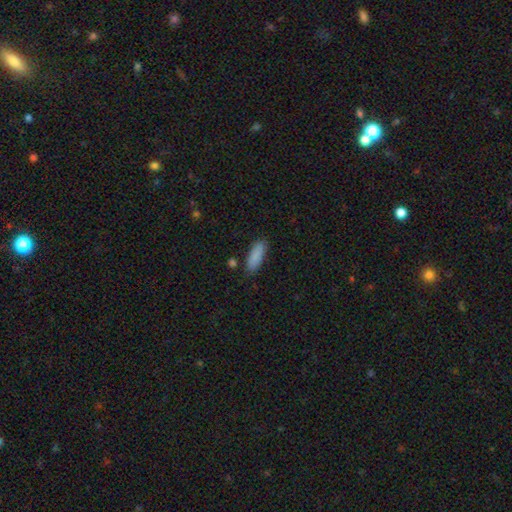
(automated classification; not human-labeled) This appears to be a smooth galaxy with no disk features (88%) that is in between round and cigar-shaped (64%). Merging: none (82%).